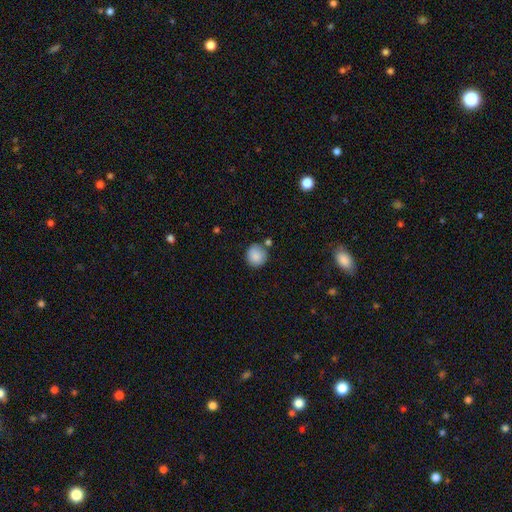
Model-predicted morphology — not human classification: smooth 87%, star or artifact 8%, featured or disk 5%. Down the decision tree: how rounded — round (90%); merging — none (75%).